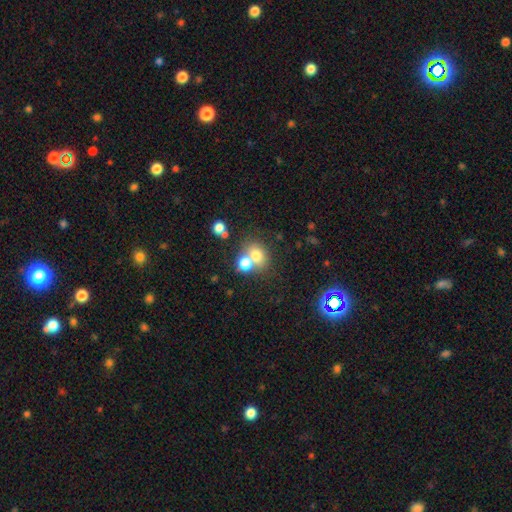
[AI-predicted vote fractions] Smooth or featured: smooth — 72% (star or artifact — 15%)
How rounded: round — 62% (in between — 37%)
Merging: none — 44% (merger — 43%)